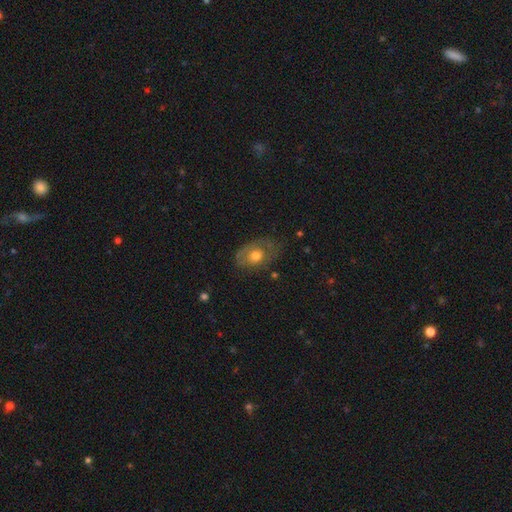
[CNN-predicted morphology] Smooth or featured: smooth — 51% (featured or disk — 41%)
How rounded: in between — 77% (round — 21%)
Merging: none — 55% (minor disturbance — 27%)